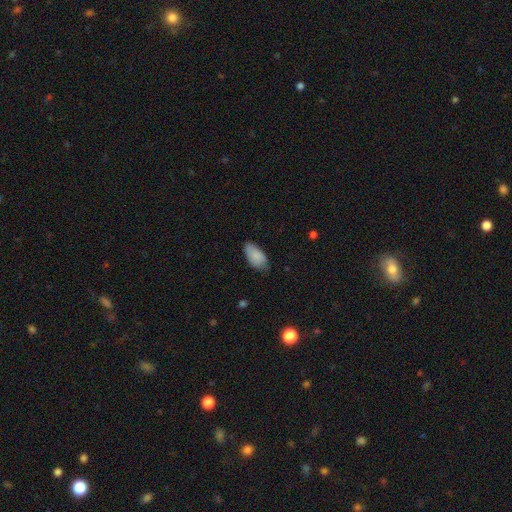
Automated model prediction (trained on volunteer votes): Smooth or featured? smooth (86%)
How rounded? in between (94%)
Merging? none (69%)